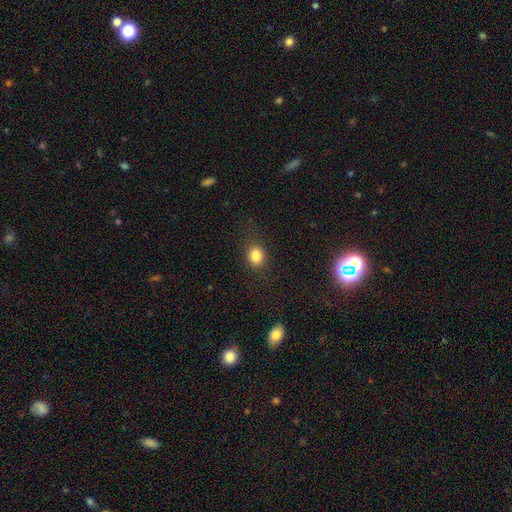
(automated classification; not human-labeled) This appears to be a smooth galaxy with no disk features (82%) that is round (57%). Merging: none (80%).